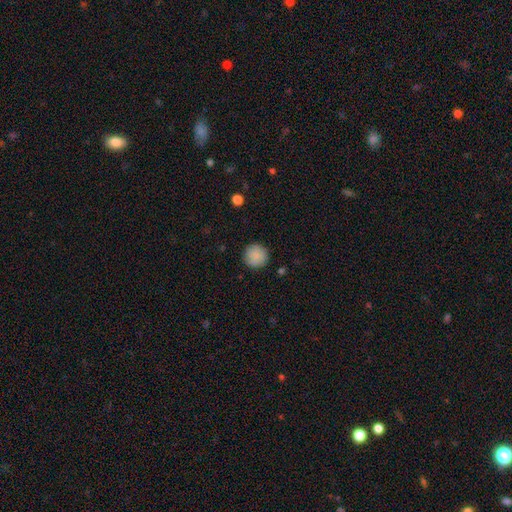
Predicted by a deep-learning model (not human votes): Morphology: type=smooth (89%); roundness=round (95%); merging=none (90%).